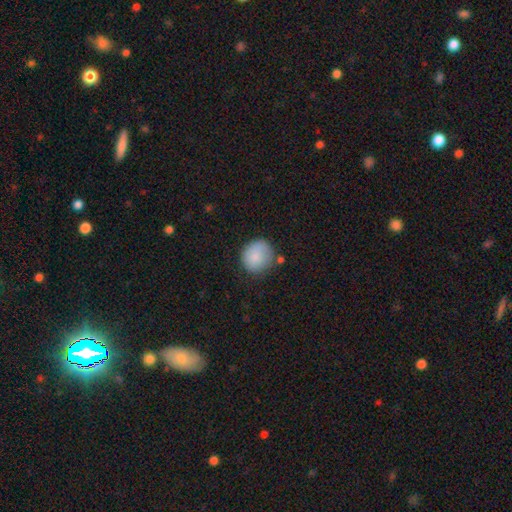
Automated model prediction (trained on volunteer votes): Smooth or featured?
  - smooth: 85% *
  - featured or disk: 7%
  - star or artifact: 7%
How rounded?
  - round: 88% *
  - in between: 11%
  - cigar-shaped: 1%
Merging?
  - none: 70% *
  - minor disturbance: 20%
  - merger: 5%
  - major disturbance: 5%